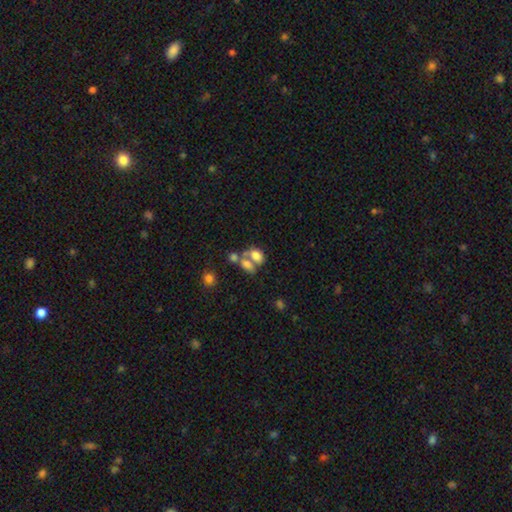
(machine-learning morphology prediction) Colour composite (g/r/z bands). It shows a smooth galaxy with no disk features (68%) that is in between round and cigar-shaped (82%). Merging: merger (56%).